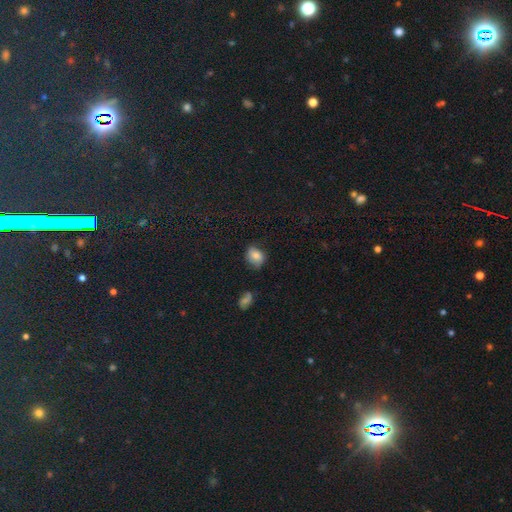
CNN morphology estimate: This appears to be a smooth galaxy with no disk features (75%) that is in between round and cigar-shaped (55%). Merging: none (62%).